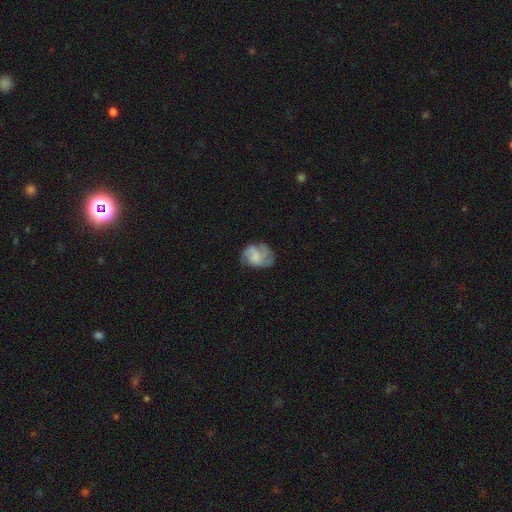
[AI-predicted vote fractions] Overall: featured or disk (53%; smooth 38%). Edge-on disk: no (98%). Bar: no (67%; weak 28%). Spiral arms: yes (84%). Bulge size: none (49%; small 22%). Merging: none (57%; minor disturbance 25%).